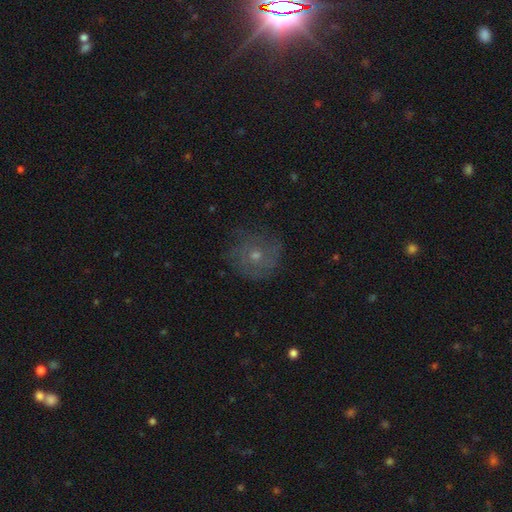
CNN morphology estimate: This appears to be a featured or disk galaxy (48%). Merging: none (72%).